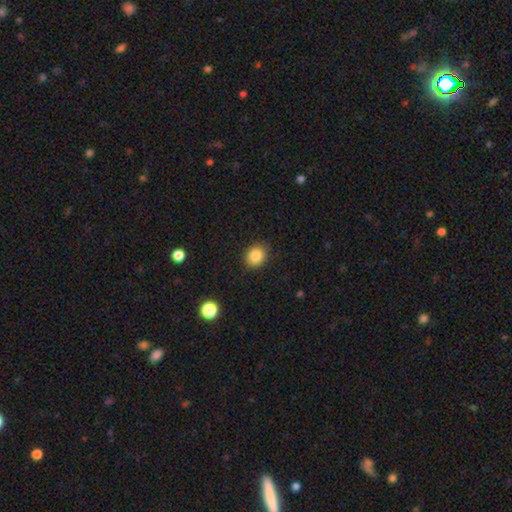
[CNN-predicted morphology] smooth 84%, star or artifact 10%, featured or disk 6%. Down the decision tree: how rounded — round (57%); merging — none (87%).